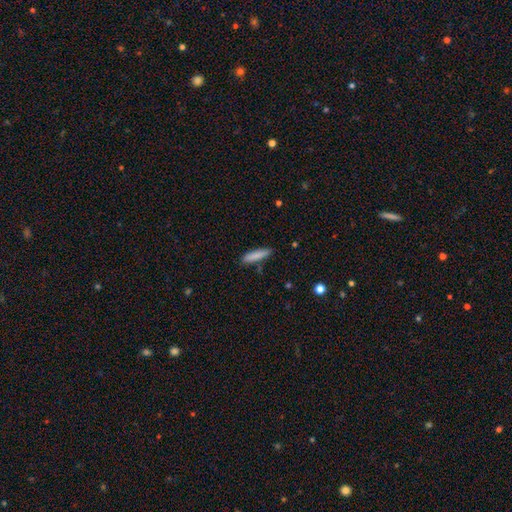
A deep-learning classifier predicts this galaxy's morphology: This is clearly a smooth galaxy (84%). How rounded: clearly cigar-shaped (81%). Merging: clearly none (84%).